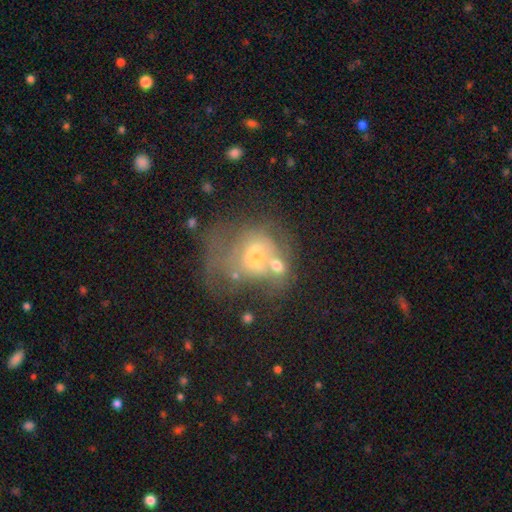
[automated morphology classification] type=featured or disk (49%); merging=merger (38%).